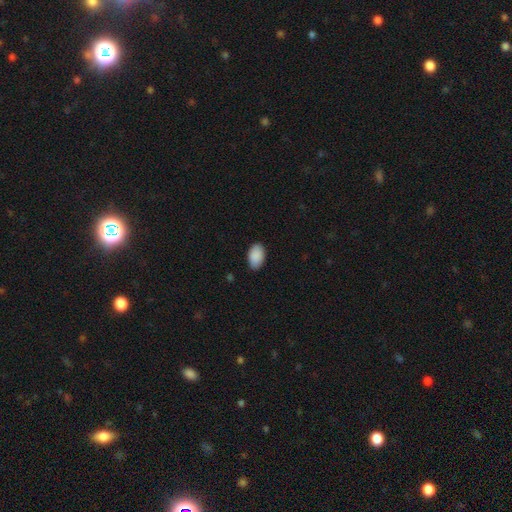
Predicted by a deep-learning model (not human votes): smooth 91%, star or artifact 6%, featured or disk 3%. Down the decision tree: how rounded — in between (92%); merging — none (85%).